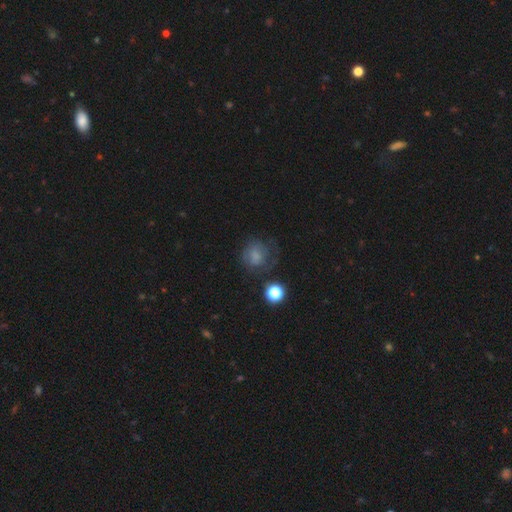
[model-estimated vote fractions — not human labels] Overall: smooth (60%; featured or disk 25%). How rounded: round (78%). Merging: none (52%; minor disturbance 24%).